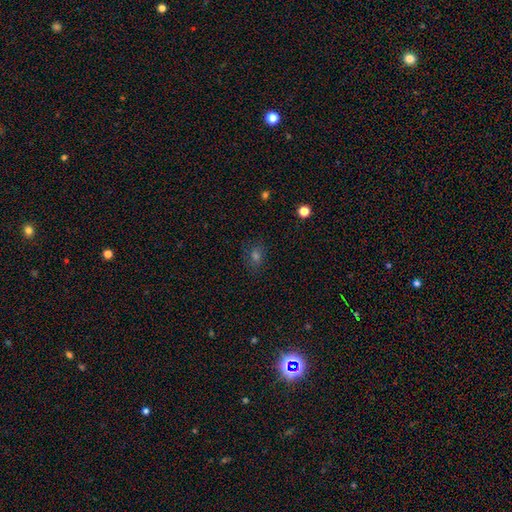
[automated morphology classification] A smooth galaxy with no disk features (53%) that is round (53%).

Vote fractions:
- Smooth or featured? smooth: 53% / star or artifact: 33% / featured or disk: 14%
- How rounded? round: 53% / in between: 45% / cigar-shaped: 2%
- Merging? none: 80% / minor disturbance: 13% / major disturbance: 5% / merger: 2%